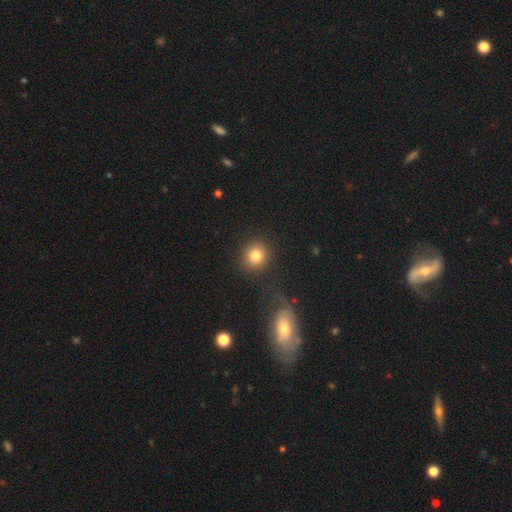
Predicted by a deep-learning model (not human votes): smooth-or-featured: smooth: 82% | star or artifact: 10% | featured or disk: 8%
  how-rounded: round: 82% | in between: 17% | cigar-shaped: 1%
  merging: none: 85% | minor disturbance: 8% | merger: 4% | major disturbance: 4%